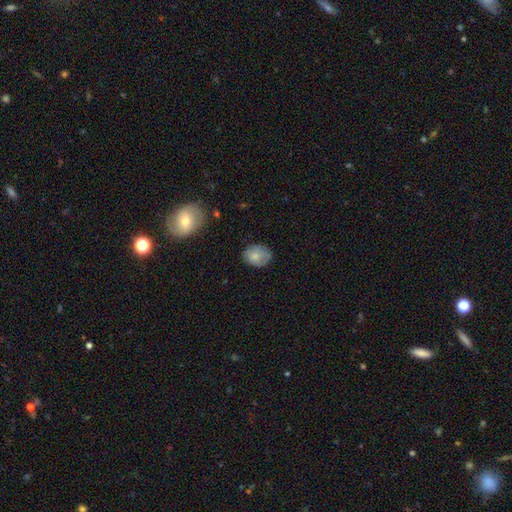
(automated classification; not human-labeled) Smooth or featured? smooth (77%)
How rounded? in between (52%)
Merging? none (71%)